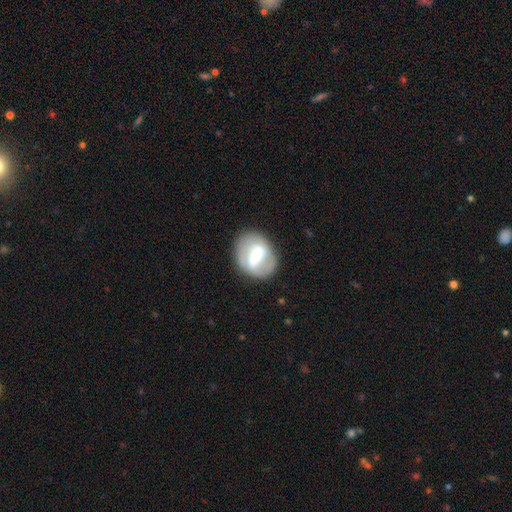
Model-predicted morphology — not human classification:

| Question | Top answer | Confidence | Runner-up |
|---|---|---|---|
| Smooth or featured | featured or disk | 61% | smooth (33%) |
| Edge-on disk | no | 95% | yes (5%) |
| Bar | strong | 45% | weak (38%) |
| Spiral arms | yes | 56% | no (44%) |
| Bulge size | moderate | 50% | small (38%) |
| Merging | none | 77% | minor disturbance (14%) |